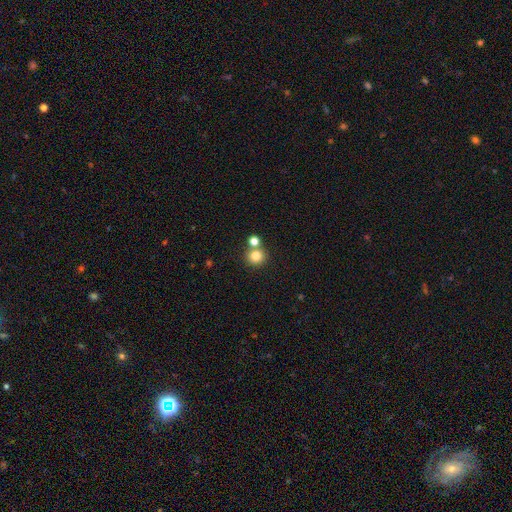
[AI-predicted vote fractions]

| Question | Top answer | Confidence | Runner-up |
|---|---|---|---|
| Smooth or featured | smooth | 81% | star or artifact (12%) |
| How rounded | round | 92% | in between (7%) |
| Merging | none | 68% | merger (23%) |